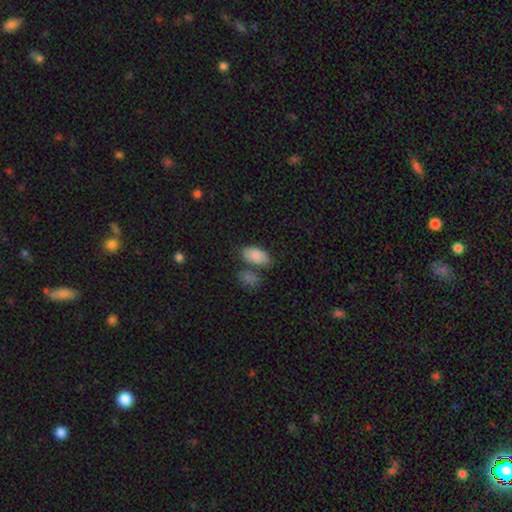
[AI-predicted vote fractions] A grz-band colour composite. It shows a smooth galaxy with no disk features (87%) that is in between round and cigar-shaped (94%). Merging: none (61%).